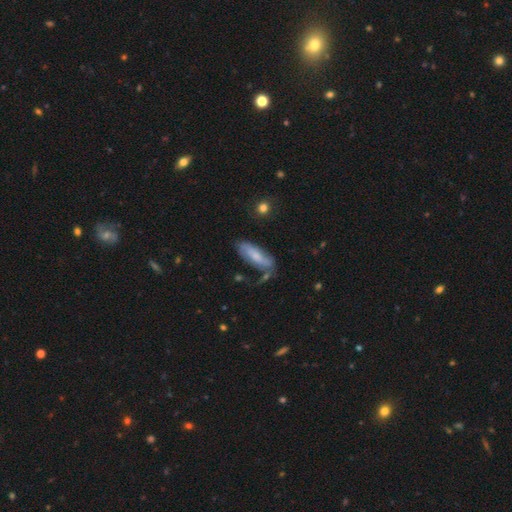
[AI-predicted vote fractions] Smooth or featured? smooth (57%)
How rounded? in between (61%)
Merging? none (55%)